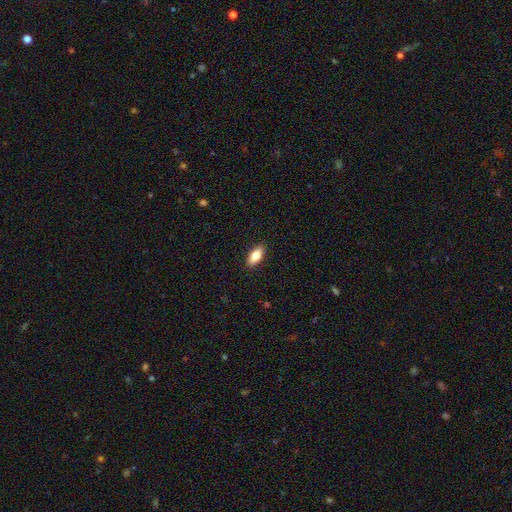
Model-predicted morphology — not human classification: smooth 79%, featured or disk 14%, star or artifact 7%. Down the decision tree: how rounded — in between (85%); merging — none (90%).